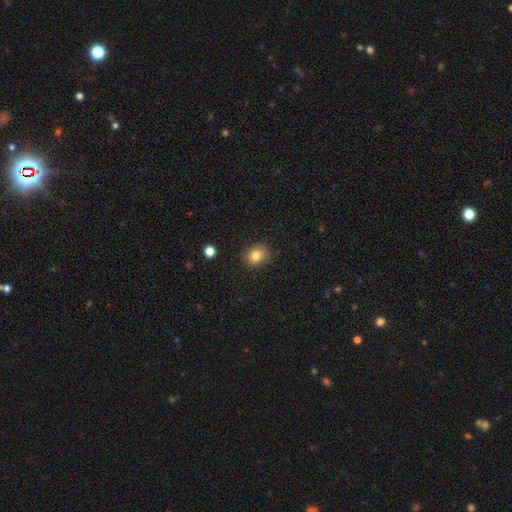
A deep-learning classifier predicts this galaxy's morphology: Q: Smooth or featured?
A: smooth (82%); runner-up: star or artifact (11%)
Q: How rounded?
A: round (61%); runner-up: in between (38%)
Q: Merging?
A: none (87%); runner-up: minor disturbance (10%)